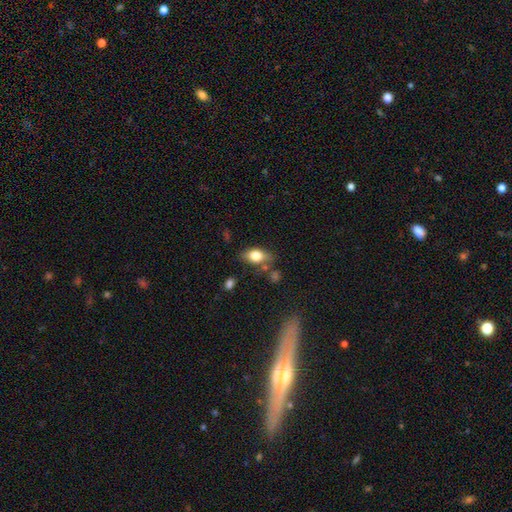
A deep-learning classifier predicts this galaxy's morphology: Q: Smooth or featured?
A: smooth (75%); runner-up: featured or disk (16%)
Q: How rounded?
A: in between (84%); runner-up: round (12%)
Q: Merging?
A: none (67%); runner-up: minor disturbance (20%)